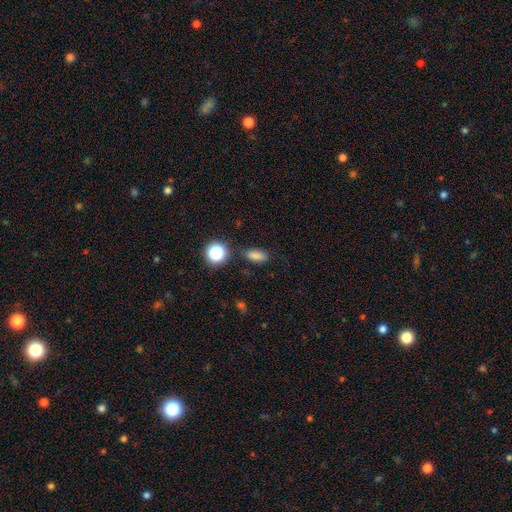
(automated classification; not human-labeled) A smooth galaxy with no disk features (80%) that is in between round and cigar-shaped (80%).

Vote fractions:
- Smooth or featured? smooth: 80% / star or artifact: 15% / featured or disk: 5%
- How rounded? in between: 80% / round: 12% / cigar-shaped: 8%
- Merging? none: 81% / minor disturbance: 12% / merger: 4% / major disturbance: 3%